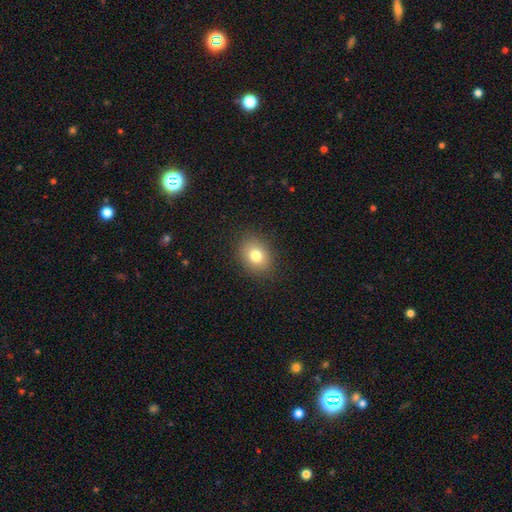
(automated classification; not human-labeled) Smooth or featured: smooth — 79% (star or artifact — 11%)
How rounded: in between — 54% (round — 45%)
Merging: none — 88% (minor disturbance — 9%)